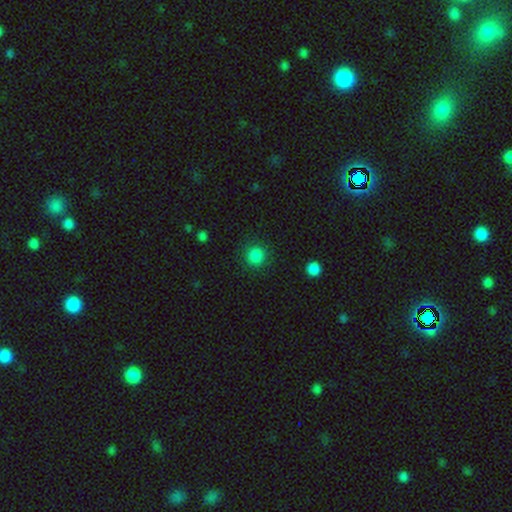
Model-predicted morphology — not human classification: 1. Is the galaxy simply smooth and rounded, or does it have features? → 87% smooth, 10% star or artifact, 3% featured or disk.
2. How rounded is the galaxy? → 93% round, 6% in between, 1% cigar-shaped.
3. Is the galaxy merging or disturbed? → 89% none, 7% minor disturbance, 3% major disturbance, 1% merger.